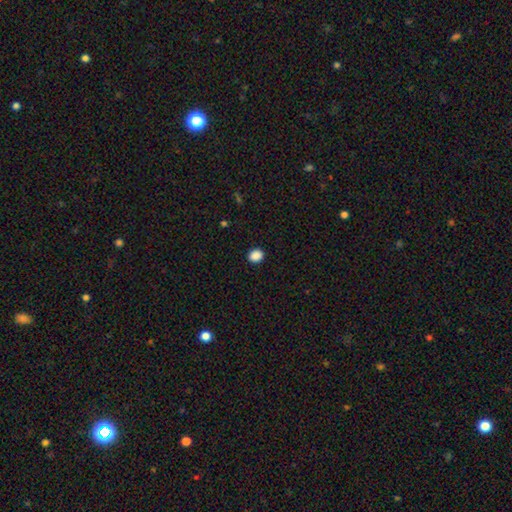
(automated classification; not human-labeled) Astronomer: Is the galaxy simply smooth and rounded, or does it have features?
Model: smooth — 89%.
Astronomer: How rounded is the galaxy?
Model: round — 55% (runner-up: in between, 44%).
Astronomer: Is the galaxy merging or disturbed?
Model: none — 90%.